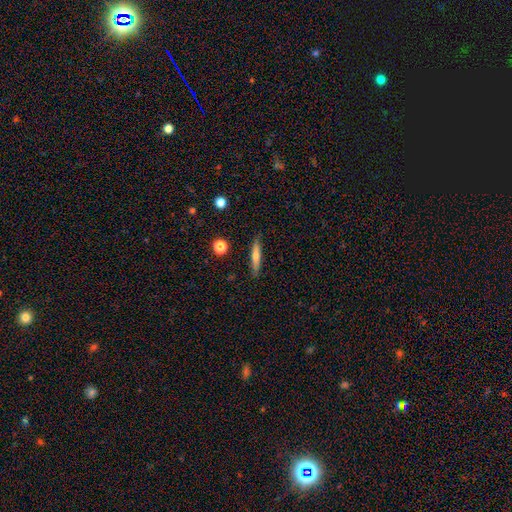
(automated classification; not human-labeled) Q: Smooth or featured?
A: smooth (58%); runner-up: featured or disk (35%)
Q: How rounded?
A: cigar-shaped (89%); runner-up: in between (9%)
Q: Merging?
A: none (87%); runner-up: minor disturbance (10%)